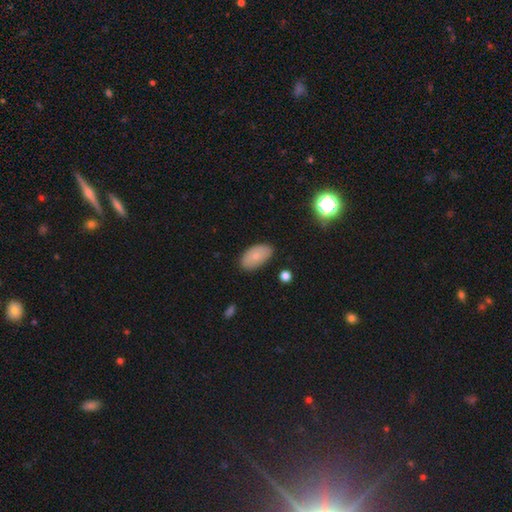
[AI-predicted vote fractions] This is likely a smooth galaxy (77%). How rounded: clearly in between (94%). Merging: clearly none (82%).